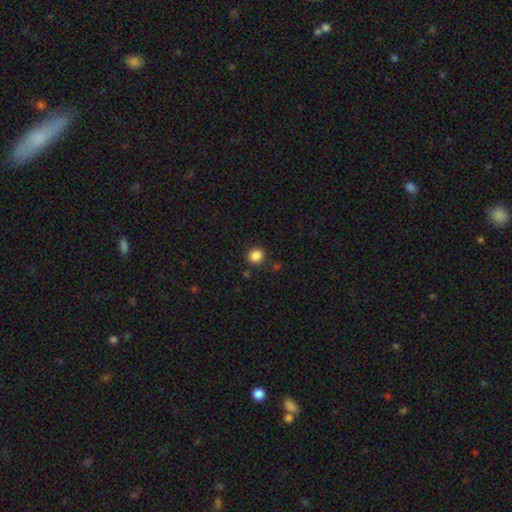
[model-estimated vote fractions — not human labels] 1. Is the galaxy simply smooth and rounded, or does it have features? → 86% smooth, 11% star or artifact, 3% featured or disk.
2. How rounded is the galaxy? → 91% round, 9% in between, 1% cigar-shaped.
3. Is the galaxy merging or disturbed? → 89% none, 6% minor disturbance, 3% merger, 2% major disturbance.